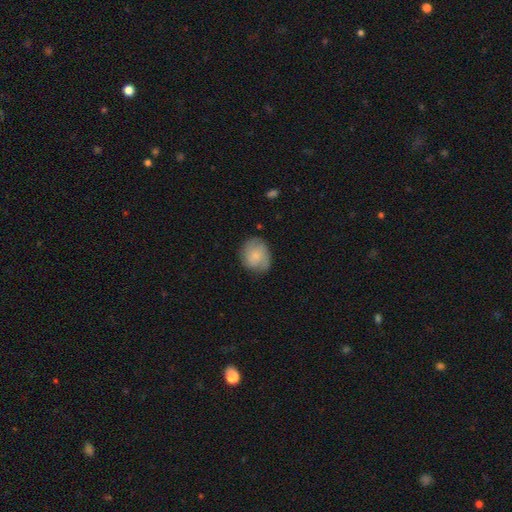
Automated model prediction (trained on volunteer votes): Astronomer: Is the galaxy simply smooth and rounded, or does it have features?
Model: smooth — 61%.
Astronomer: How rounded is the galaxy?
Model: round — 64%.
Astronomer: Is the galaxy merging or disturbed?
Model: none — 70%.